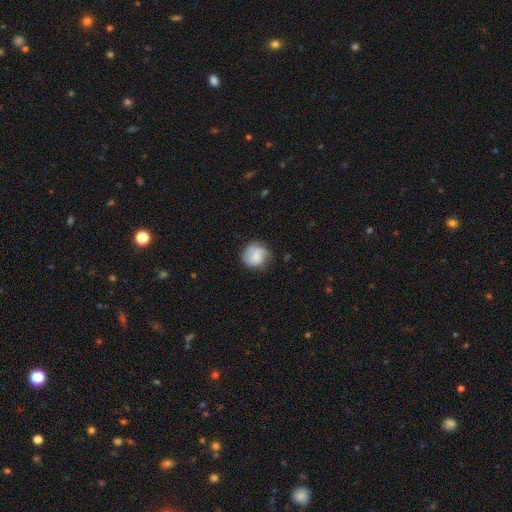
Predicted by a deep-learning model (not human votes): Smooth or featured? Predicted: smooth (p=0.65). How rounded? Predicted: round (p=0.84). Merging? Predicted: none (p=0.61).